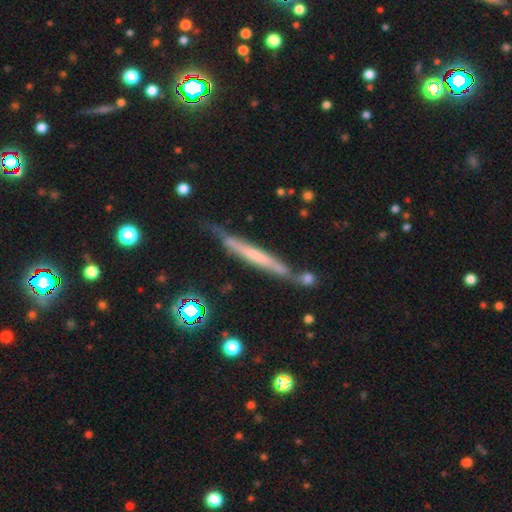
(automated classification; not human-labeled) Smooth or featured?
  - featured or disk: 54% *
  - smooth: 38%
  - star or artifact: 8%
Edge-on disk?
  - yes: 92% *
  - no: 8%
Edge-on bulge?
  - none: 74% *
  - boxy: 13%
  - rounded: 13%
Merging?
  - none: 68% *
  - minor disturbance: 19%
  - merger: 8%
  - major disturbance: 4%